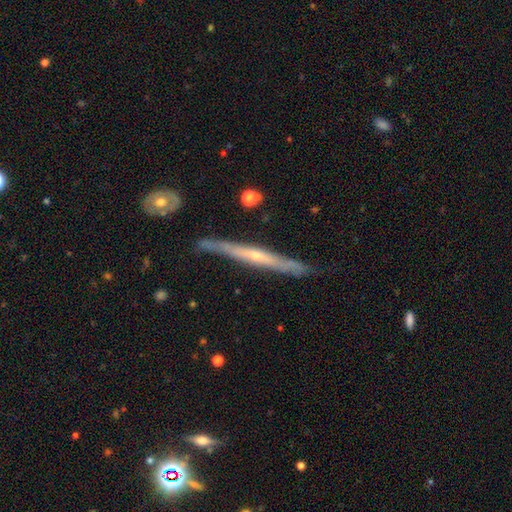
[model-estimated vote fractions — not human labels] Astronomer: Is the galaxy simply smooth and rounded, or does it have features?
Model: featured or disk — 76%.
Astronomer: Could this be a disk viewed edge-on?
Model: yes — 95%.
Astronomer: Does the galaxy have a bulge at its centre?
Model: rounded — 55% (runner-up: none, 41%).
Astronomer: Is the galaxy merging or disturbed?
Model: none — 81%.